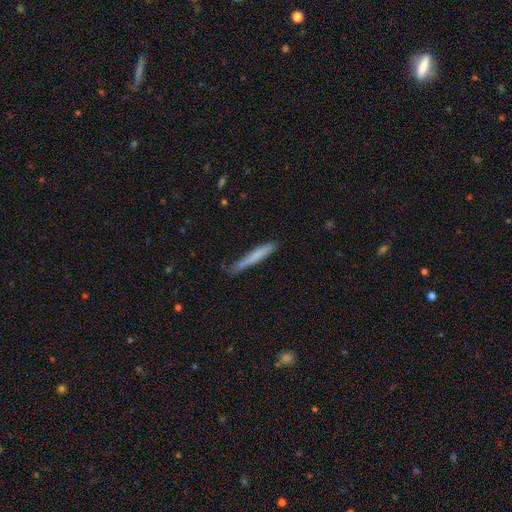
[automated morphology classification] type=smooth (70%); roundness=cigar-shaped (96%); merging=none (79%).